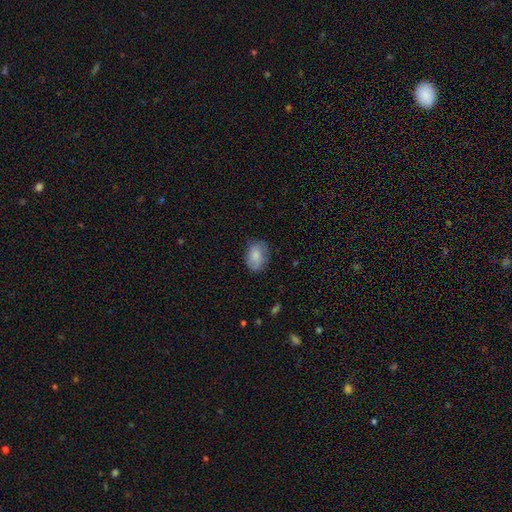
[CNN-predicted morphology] A smooth galaxy with no disk features (83%) that is in between round and cigar-shaped (77%).

Vote fractions:
- Smooth or featured? smooth: 83% / featured or disk: 10% / star or artifact: 7%
- How rounded? in between: 77% / round: 22% / cigar-shaped: 1%
- Merging? none: 78% / minor disturbance: 17% / major disturbance: 4% / merger: 1%